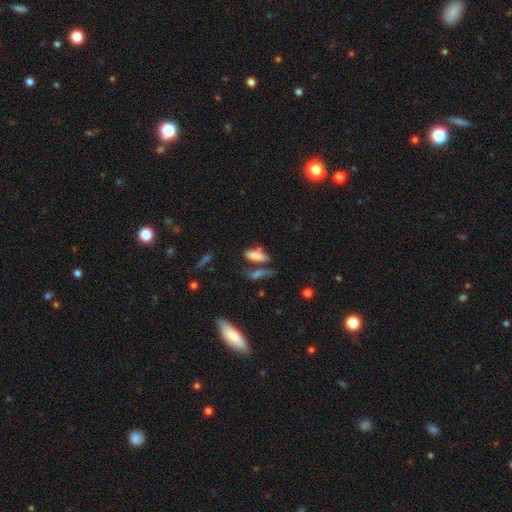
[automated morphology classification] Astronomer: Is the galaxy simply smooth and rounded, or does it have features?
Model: smooth — 79%.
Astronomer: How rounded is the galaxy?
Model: in between — 58% (runner-up: cigar-shaped, 39%).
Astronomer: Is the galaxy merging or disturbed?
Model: none — 48% (runner-up: merger, 28%).